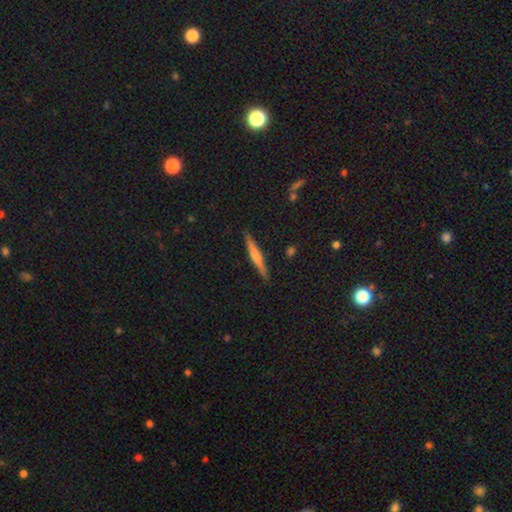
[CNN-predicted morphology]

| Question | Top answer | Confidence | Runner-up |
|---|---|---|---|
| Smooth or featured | smooth | 48% | featured or disk (46%) |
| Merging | none | 88% | minor disturbance (9%) |